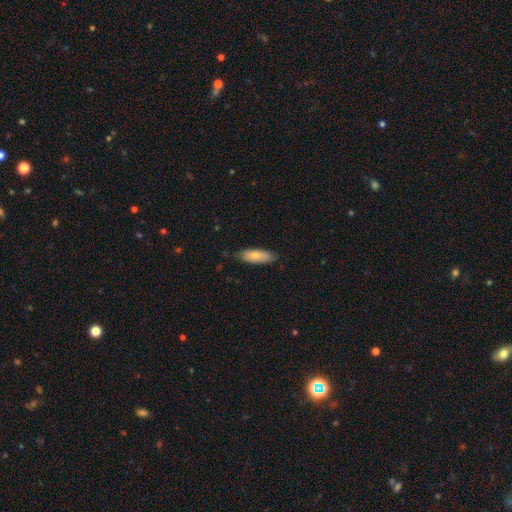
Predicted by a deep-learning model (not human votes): Q: Smooth or featured?
A: smooth (74%); runner-up: featured or disk (20%)
Q: How rounded?
A: in between (68%); runner-up: cigar-shaped (30%)
Q: Merging?
A: none (78%); runner-up: minor disturbance (19%)